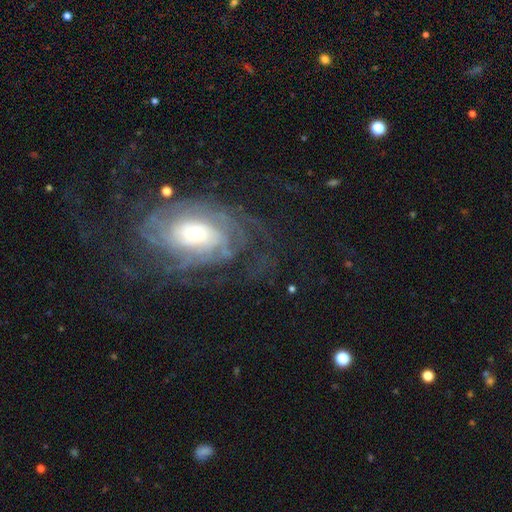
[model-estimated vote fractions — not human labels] This is clearly a featured or disk galaxy (83%). It is clearly not viewed edge-on (96%). Bar: possibly no (50%). Spiral arm pattern: clearly yes (94%). Spiral arm count: marginally can't tell (36%). Spiral winding: likely tight (63%). Central bulge: possibly moderate (56%). Merging: likely none (70%).